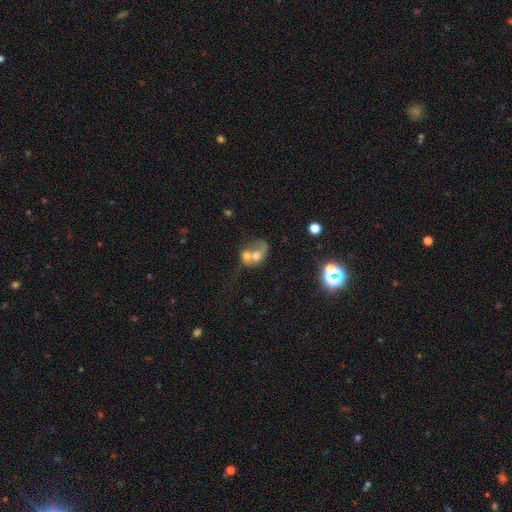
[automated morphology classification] Q: Smooth or featured?
A: smooth (50%); runner-up: featured or disk (39%)
Q: Merging?
A: merger (77%); runner-up: none (10%)